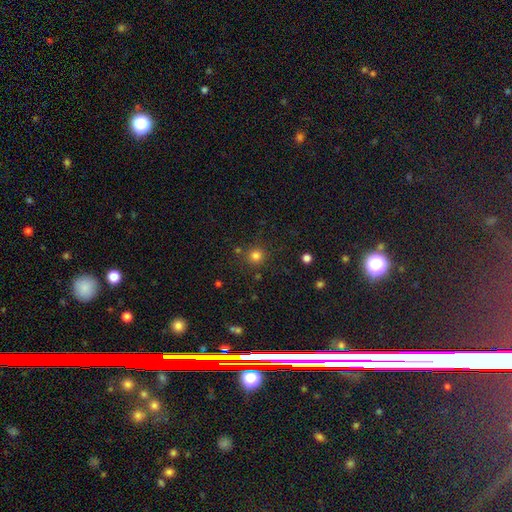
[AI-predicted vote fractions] Morphology: type=smooth (80%); roundness=round (93%); merging=none (84%).